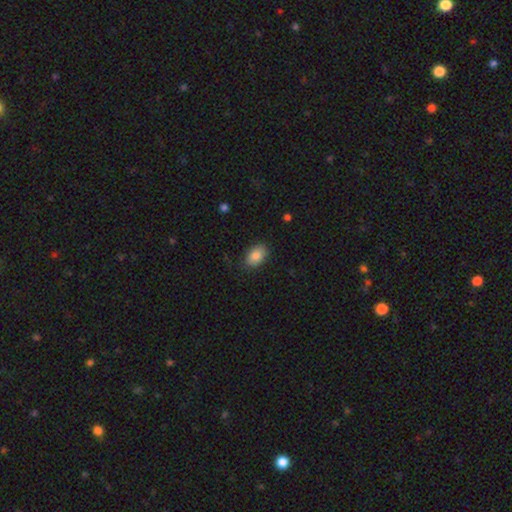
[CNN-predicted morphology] smooth-or-featured: smooth: 85% | star or artifact: 8% | featured or disk: 8%
  how-rounded: in between: 88% | round: 11% | cigar-shaped: 1%
  merging: none: 82% | minor disturbance: 14% | major disturbance: 3% | merger: 1%